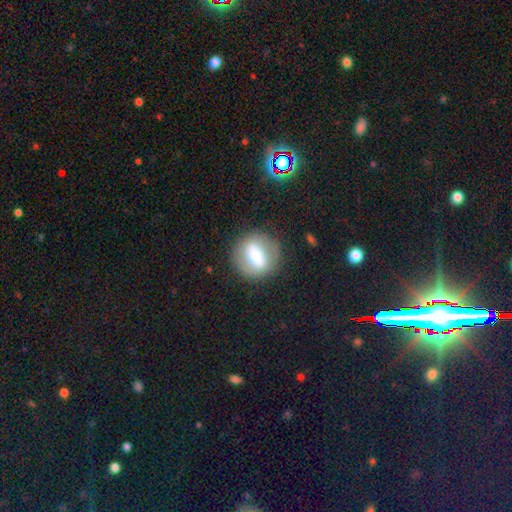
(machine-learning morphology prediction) type=smooth (50%); merging=none (81%).